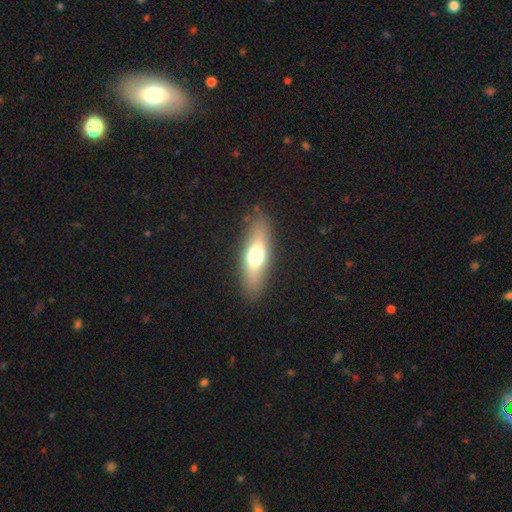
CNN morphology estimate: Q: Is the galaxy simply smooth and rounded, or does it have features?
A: smooth — 61%.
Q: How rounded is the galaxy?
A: in between — 56%.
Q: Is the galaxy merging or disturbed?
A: none — 85%.